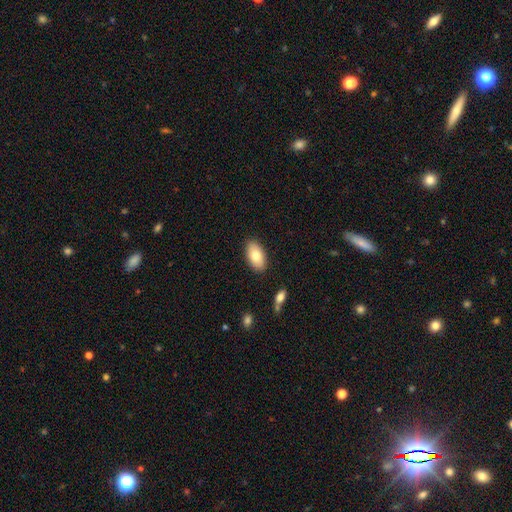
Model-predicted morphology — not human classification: The model was most divided on "smooth or featured": smooth: 80%, featured or disk: 14%, star or artifact: 6%. More confident: how rounded — in between (94%); merging — none (88%).